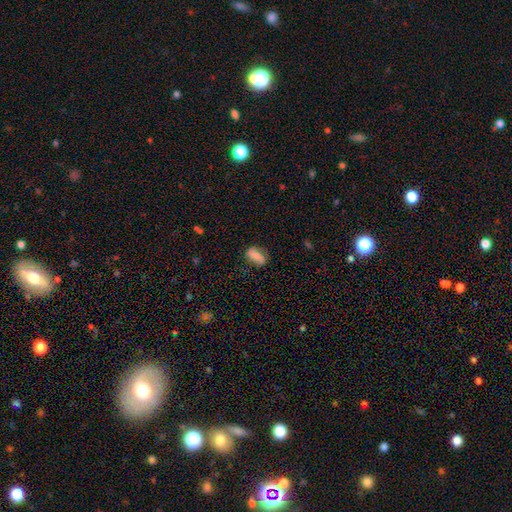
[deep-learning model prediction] A smooth galaxy with no disk features (61%) that is in between round and cigar-shaped (85%).

Vote fractions:
- Smooth or featured? smooth: 61% / featured or disk: 31% / star or artifact: 9%
- How rounded? in between: 85% / round: 8% / cigar-shaped: 7%
- Merging? none: 68% / minor disturbance: 22% / major disturbance: 8% / merger: 2%